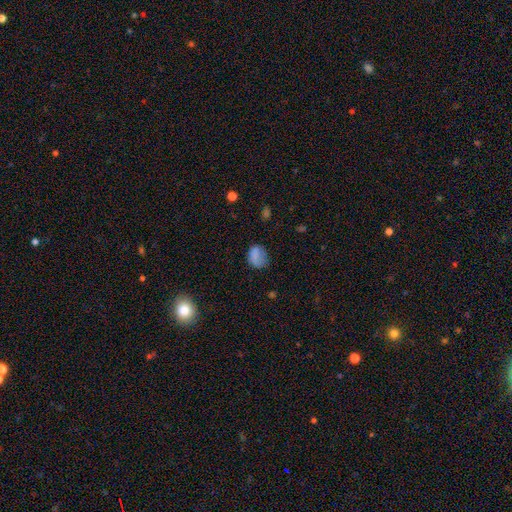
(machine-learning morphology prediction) smooth_or_featured: smooth (p=0.78) [alt: star or artifact p=0.12]
how_rounded: in between (p=0.64) [alt: round p=0.35]
merging: none (p=0.51) [alt: minor disturbance p=0.30]